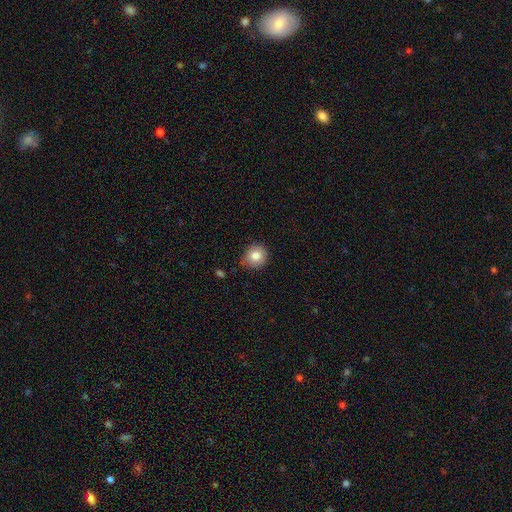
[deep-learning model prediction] smooth 83%, star or artifact 10%, featured or disk 7%. Down the decision tree: how rounded — round (88%); merging — none (81%).